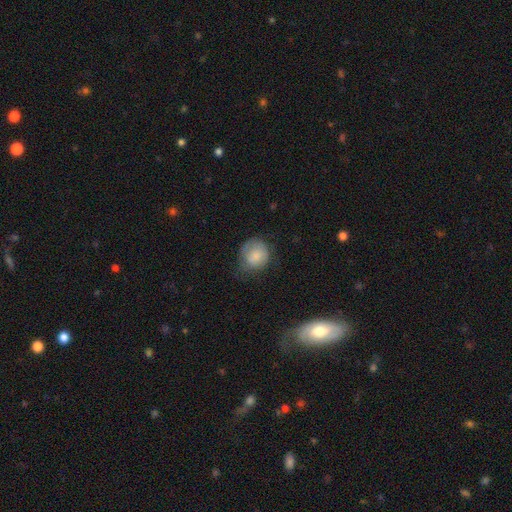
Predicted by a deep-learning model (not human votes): Smooth or featured: smooth — 78% (featured or disk — 14%)
How rounded: round — 78% (in between — 21%)
Merging: none — 53% (minor disturbance — 31%)